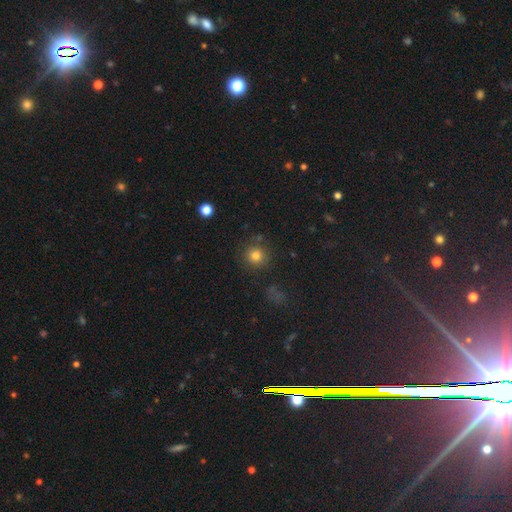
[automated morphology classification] A smooth galaxy with no disk features (80%) that is round (92%).

Vote fractions:
- Smooth or featured? smooth: 80% / star or artifact: 14% / featured or disk: 7%
- How rounded? round: 92% / in between: 7% / cigar-shaped: 1%
- Merging? none: 83% / minor disturbance: 10% / merger: 4% / major disturbance: 4%